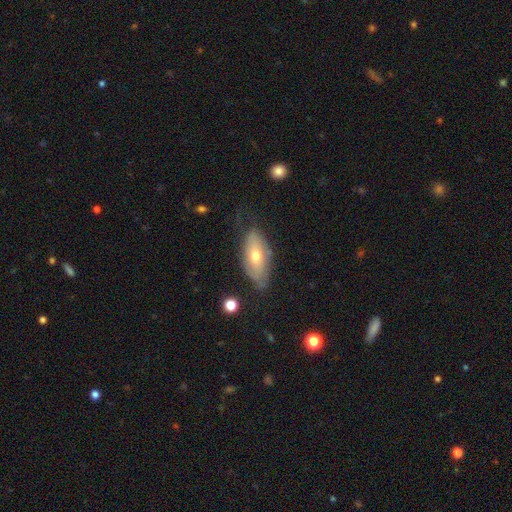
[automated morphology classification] A smooth galaxy with no disk features (49%).

Vote fractions:
- Smooth or featured? smooth: 49% / featured or disk: 44% / star or artifact: 7%
- Merging? none: 60% / minor disturbance: 28% / major disturbance: 10% / merger: 2%